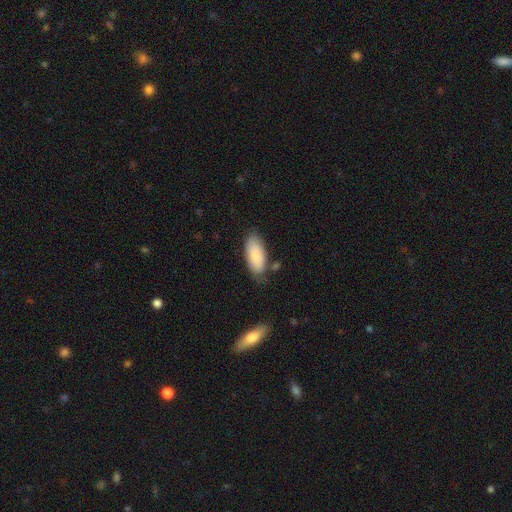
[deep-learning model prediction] This appears to be a smooth galaxy with no disk features (83%) that is in between round and cigar-shaped (88%). Merging: none (69%).